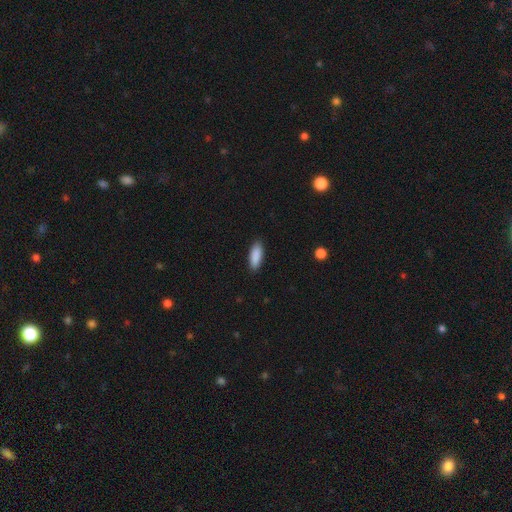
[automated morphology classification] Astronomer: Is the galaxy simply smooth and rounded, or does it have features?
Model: smooth — 90%.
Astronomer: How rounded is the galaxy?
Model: in between — 74%.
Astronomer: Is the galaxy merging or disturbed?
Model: none — 89%.